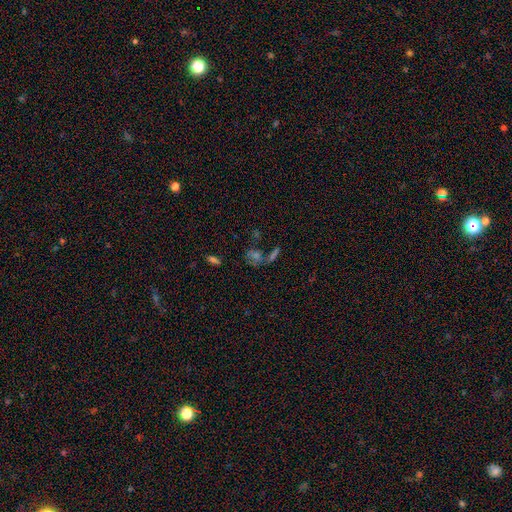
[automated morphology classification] The model was most divided on "smooth or featured": smooth: 38%, star or artifact: 33%, featured or disk: 29%. Remaining: merging — none (48%).